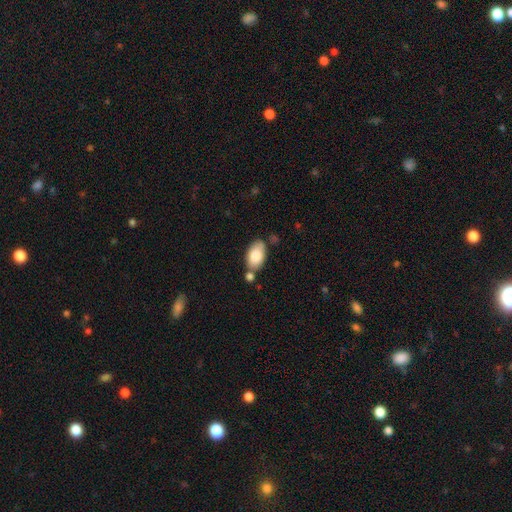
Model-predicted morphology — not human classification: A smooth galaxy with no disk features (82%) that is in between round and cigar-shaped (93%). Merging: none (64%).